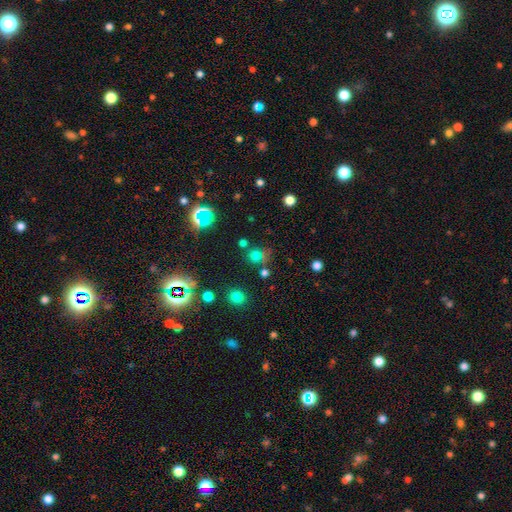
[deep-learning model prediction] A star or artifact, not a galaxy (75%).

Vote fractions:
- Smooth or featured? star or artifact: 75% / smooth: 17% / featured or disk: 8%